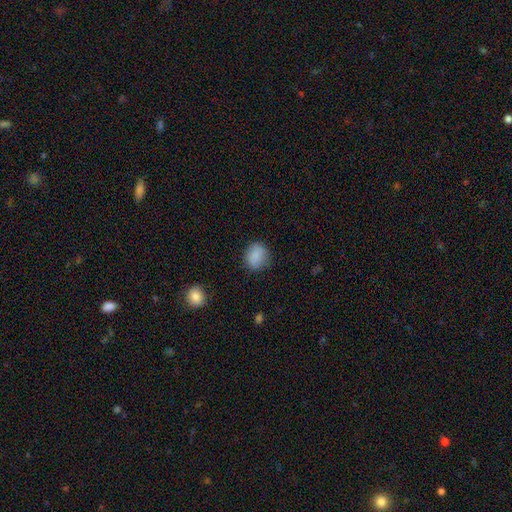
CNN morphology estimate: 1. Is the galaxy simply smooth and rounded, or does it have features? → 86% smooth, 9% star or artifact, 5% featured or disk.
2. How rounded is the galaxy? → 66% round, 33% in between, 1% cigar-shaped.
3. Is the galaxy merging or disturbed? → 79% none, 15% minor disturbance, 4% major disturbance, 1% merger.